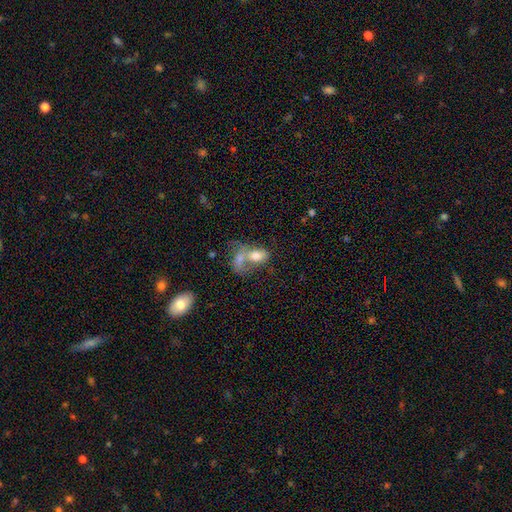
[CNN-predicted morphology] A smooth galaxy with no disk features (69%) that is in between round and cigar-shaped (83%). Merging: merger (70%).